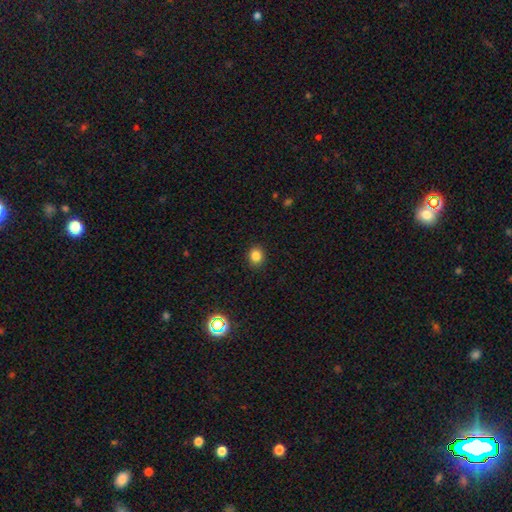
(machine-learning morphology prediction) The model was most divided on "how rounded": round: 73%, in between: 26%, cigar-shaped: 1%. More confident: merging — none (91%); smooth or featured — smooth (83%).